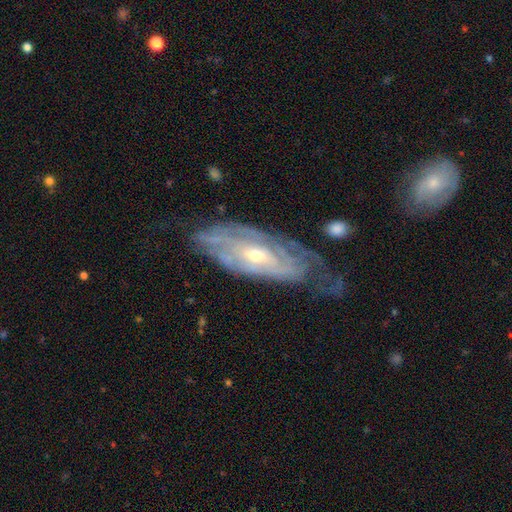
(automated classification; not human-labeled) featured or disk 83%, smooth 11%, star or artifact 6%. Down the decision tree: edge-on disk — no (86%); bar — no (55%); spiral arms — yes (88%); spiral arm count — can't tell (57%); spiral winding — tight (72%); bulge size — moderate (48%, tied with small); merging — none (58%).